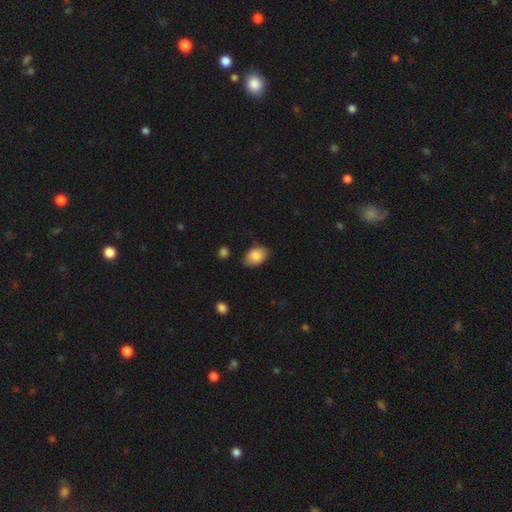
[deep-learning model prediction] This appears to be a smooth galaxy with no disk features (85%) that is in between round and cigar-shaped (86%). Merging: none (81%).